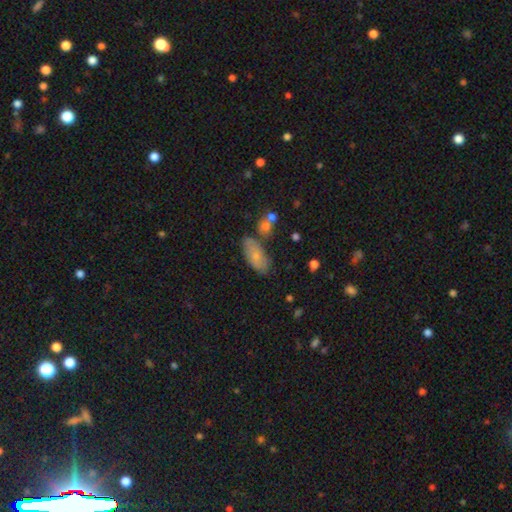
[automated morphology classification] This is likely a smooth galaxy (73%). How rounded: clearly in between (89%). Merging: likely none (62%).